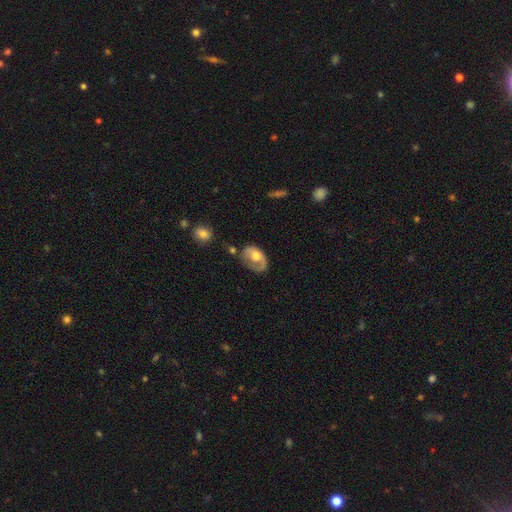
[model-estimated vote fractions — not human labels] Q: Smooth or featured?
A: smooth (48%); runner-up: featured or disk (45%)
Q: Merging?
A: none (35%); runner-up: minor disturbance (29%)